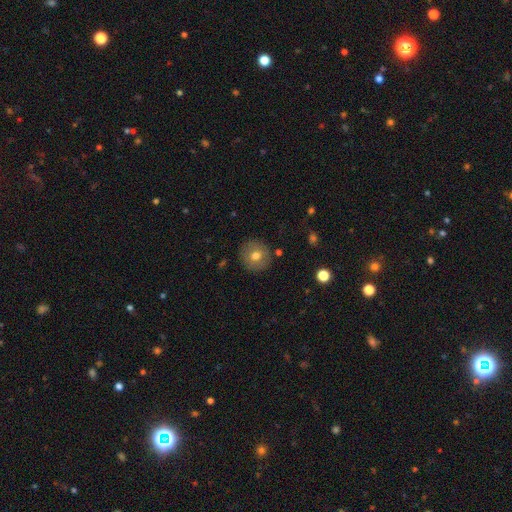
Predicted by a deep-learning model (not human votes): Smooth or featured? Predicted: smooth (p=0.73). How rounded? Predicted: round (p=0.92). Merging? Predicted: none (p=0.89).